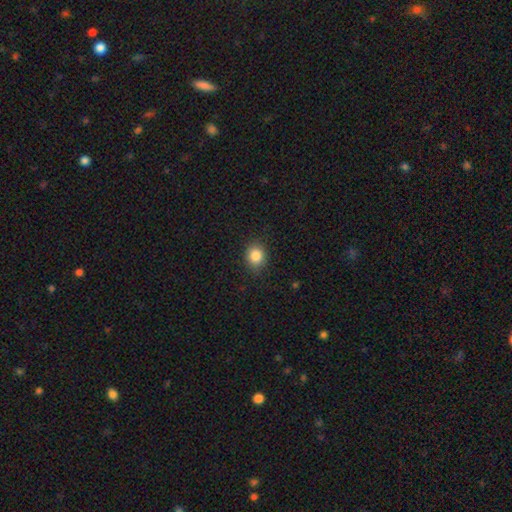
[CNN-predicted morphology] The model was most divided on "how rounded": round: 67%, in between: 32%, cigar-shaped: 1%. More confident: merging — none (88%); smooth or featured — smooth (85%).